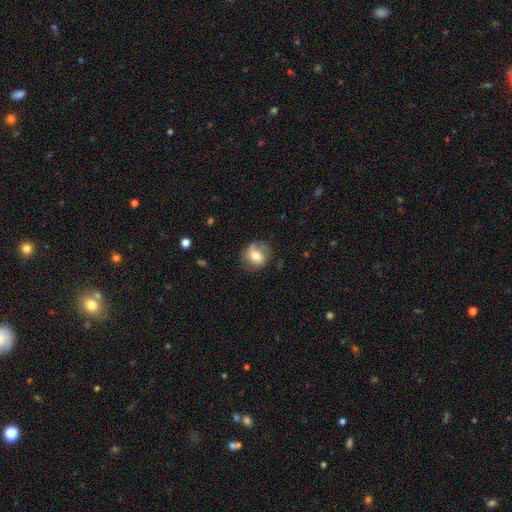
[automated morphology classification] Smooth or featured? Predicted: smooth (p=0.67). How rounded? Predicted: round (p=0.76). Merging? Predicted: none (p=0.70).